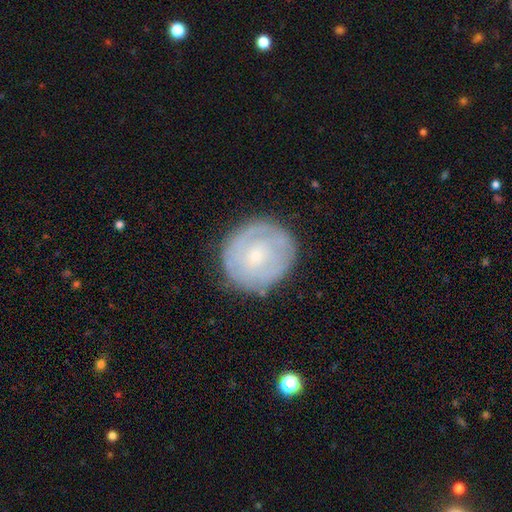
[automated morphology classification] smooth-or-featured: featured or disk: 52% | smooth: 41% | star or artifact: 7%
  disk-edge-on: no: 97% | yes: 3%
    bar: no: 79% | weak: 18% | strong: 3%
    has-spiral-arms: yes: 58% | no: 42%
    bulge-size: small: 74% | moderate: 20% | none: 3% | large: 2% | dominant: 1%
  merging: none: 80% | minor disturbance: 14% | major disturbance: 5% | merger: 1%